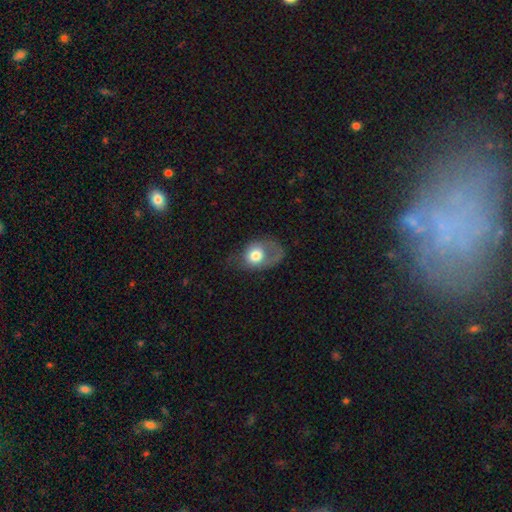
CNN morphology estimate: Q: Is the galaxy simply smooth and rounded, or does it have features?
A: smooth — 65%.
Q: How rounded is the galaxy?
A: in between — 61%.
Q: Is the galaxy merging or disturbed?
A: major disturbance — 35%.